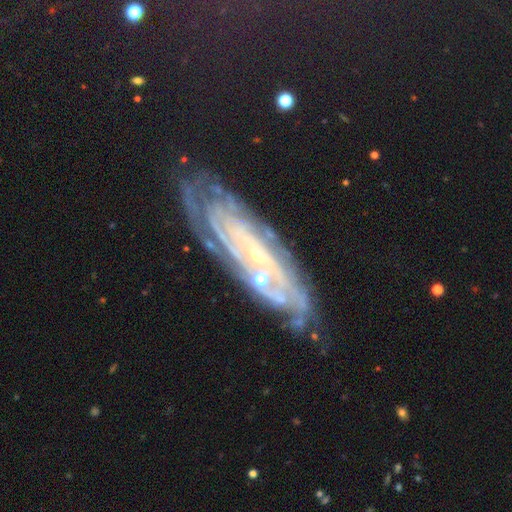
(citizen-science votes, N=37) This is clearly a featured or disk galaxy (92%). It is likely not viewed edge-on (68%). Bar: possibly no (52%). Spiral arm pattern: clearly yes (100%). Spiral arm count: likely can't tell (70%). Spiral winding: likely tight (70%). Central bulge: clearly small (91%). Merging: clearly none (80%).